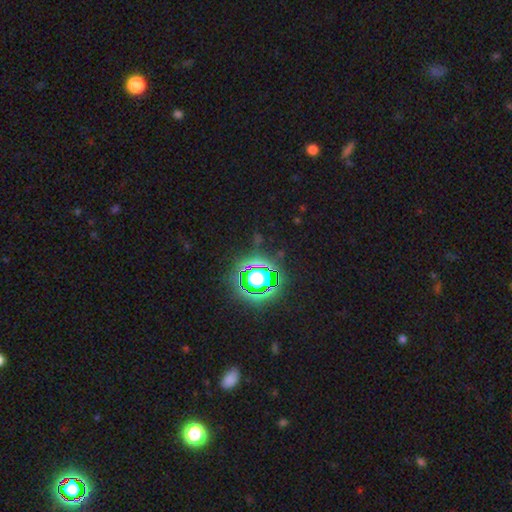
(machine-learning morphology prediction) A star or artifact, not a galaxy (75%).

Vote fractions:
- Smooth or featured? star or artifact: 75% / smooth: 15% / featured or disk: 10%